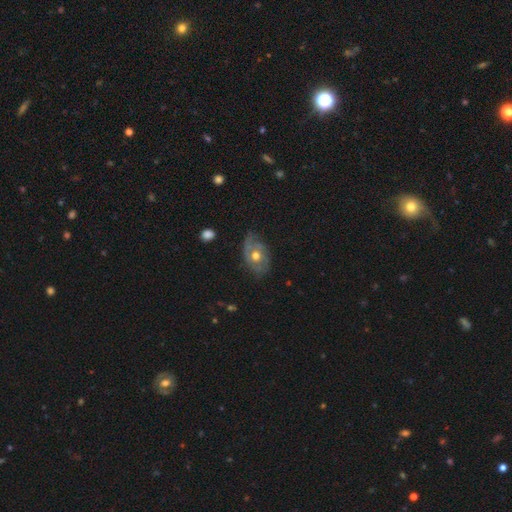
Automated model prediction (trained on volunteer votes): A featured or disk galaxy (67%) with no bar (84%), spiral arms (72%) and a moderate central bulge (79%).

Vote fractions:
- Smooth or featured? featured or disk: 67% / smooth: 26% / star or artifact: 7%
- Edge-on disk? no: 94% / yes: 6%
- Bar? no: 84% / weak: 13% / strong: 3%
- Spiral arms? yes: 72% / no: 28%
- Bulge size? moderate: 79% / small: 12% / large: 7% / none: 1% / dominant: 1%
- Merging? none: 58% / minor disturbance: 28% / major disturbance: 12% / merger: 2%